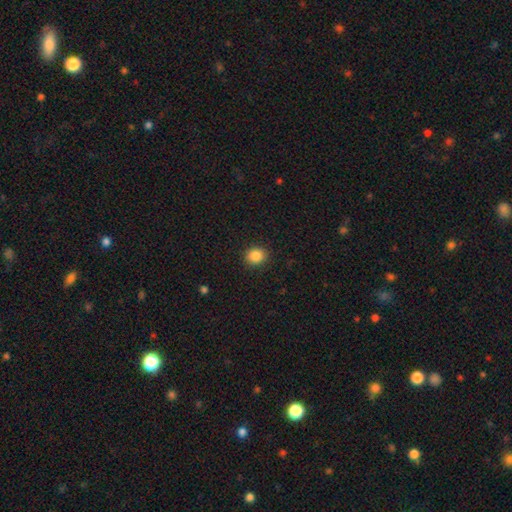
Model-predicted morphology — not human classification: Smooth or featured?
  - smooth: 87% *
  - star or artifact: 10%
  - featured or disk: 4%
How rounded?
  - round: 74% *
  - in between: 25%
  - cigar-shaped: 1%
Merging?
  - none: 90% *
  - minor disturbance: 7%
  - major disturbance: 2%
  - merger: 1%